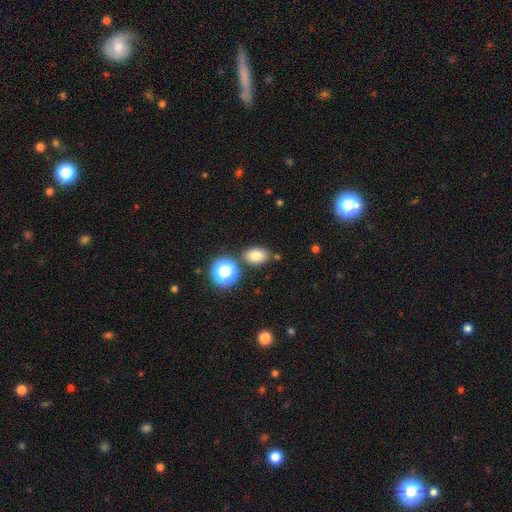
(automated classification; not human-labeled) This appears to be a smooth galaxy with no disk features (78%) that is in between round and cigar-shaped (70%). Merging: none (78%).